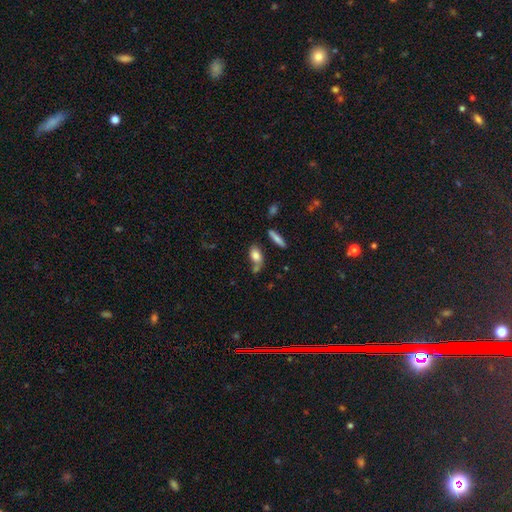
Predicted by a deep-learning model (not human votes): This appears to be a smooth galaxy with no disk features (76%) that is in between round and cigar-shaped (82%). Merging: none (49%).